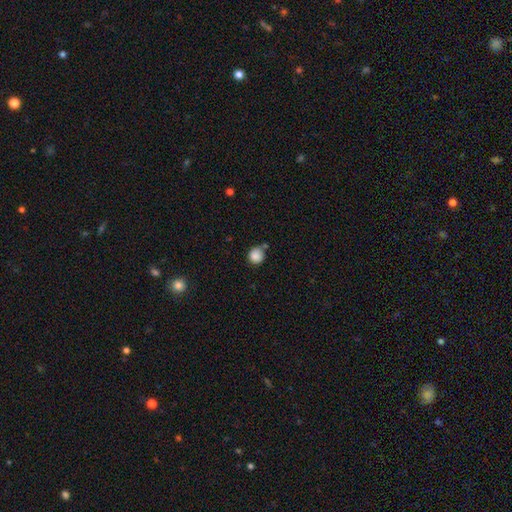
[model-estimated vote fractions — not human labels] The model was most divided on "merging": none: 66%, minor disturbance: 18%, merger: 11%, major disturbance: 4%. More confident: how rounded — round (90%); smooth or featured — smooth (86%).